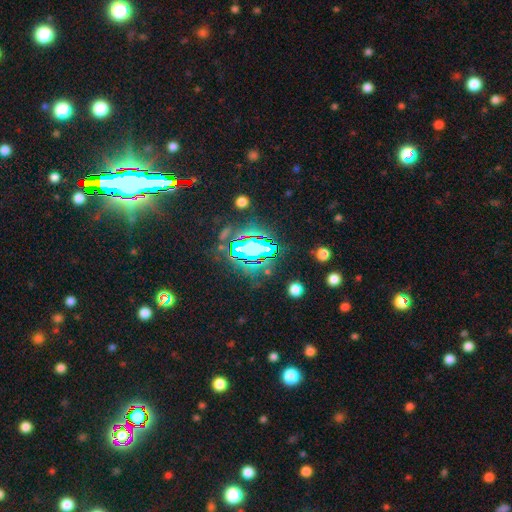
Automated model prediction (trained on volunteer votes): Smooth or featured? star or artifact (82%)